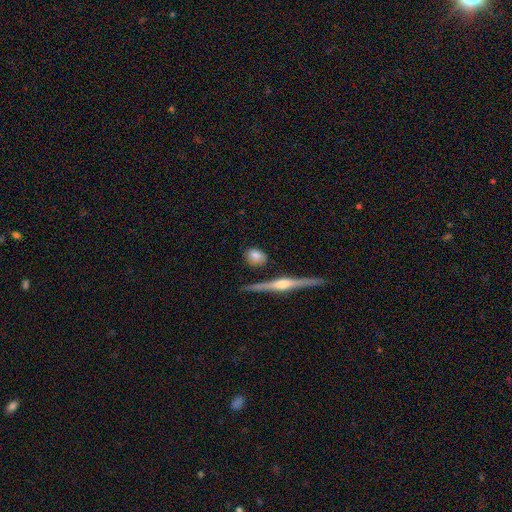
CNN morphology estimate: A smooth galaxy with no disk features (74%) that is round (53%). Merging: none (79%).